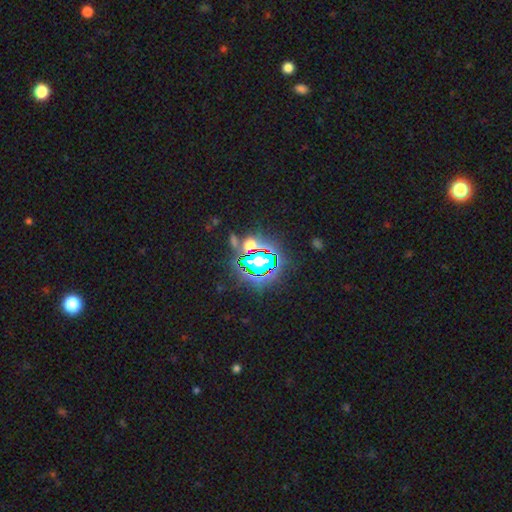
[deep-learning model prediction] Smooth or featured? star or artifact (82%)